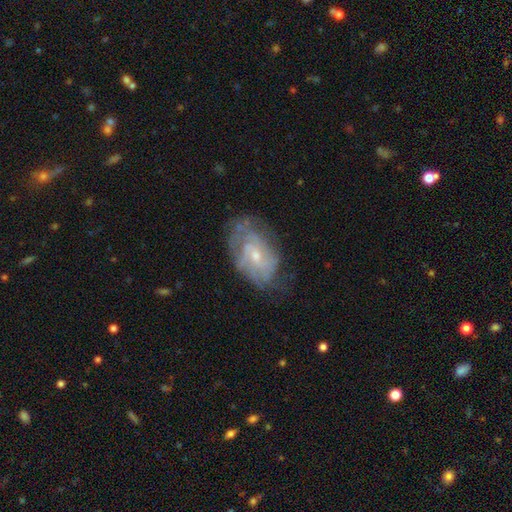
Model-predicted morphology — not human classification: Smooth or featured? featured or disk (74%)
Edge-on disk? no (96%)
Bar? no (60%)
Spiral arms? yes (78%)
Spiral winding? tight (51%)
Spiral arm count? can't tell (54%)
Bulge size? small (62%)
Merging? none (59%)